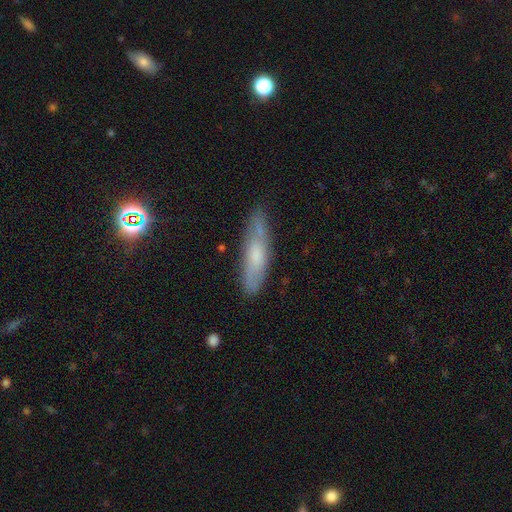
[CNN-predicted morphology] Smooth or featured? Predicted: smooth (p=0.52). How rounded? Predicted: cigar-shaped (p=0.70). Merging? Predicted: none (p=0.76).